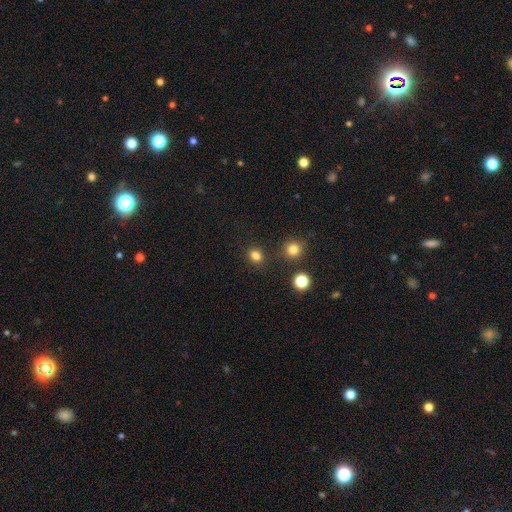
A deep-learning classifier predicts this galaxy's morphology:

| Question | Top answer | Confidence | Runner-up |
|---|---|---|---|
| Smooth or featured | smooth | 81% | star or artifact (15%) |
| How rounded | round | 60% | in between (39%) |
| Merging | none | 83% | minor disturbance (9%) |